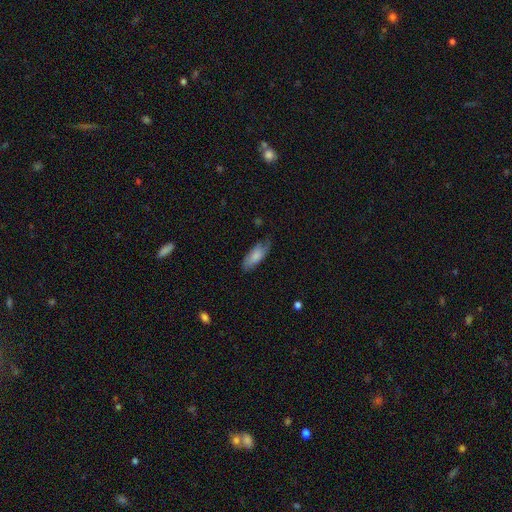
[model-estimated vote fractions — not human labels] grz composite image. It shows a smooth galaxy with no disk features (75%) that is in between round and cigar-shaped (80%). Merging: none (61%).